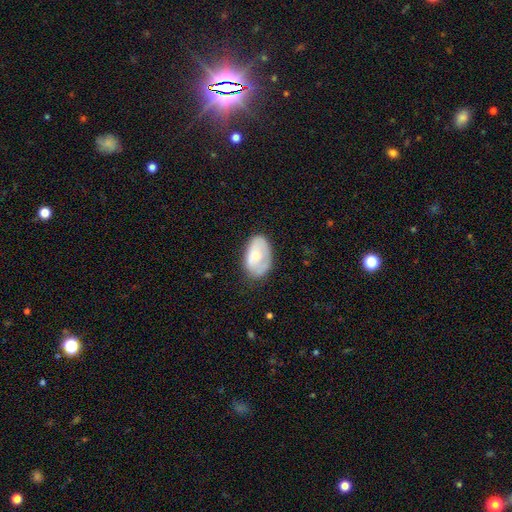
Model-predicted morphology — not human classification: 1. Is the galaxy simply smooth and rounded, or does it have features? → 60% smooth, 33% featured or disk, 7% star or artifact.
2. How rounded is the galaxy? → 91% in between, 8% round, 1% cigar-shaped.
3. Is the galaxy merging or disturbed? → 60% none, 29% minor disturbance, 9% major disturbance, 2% merger.